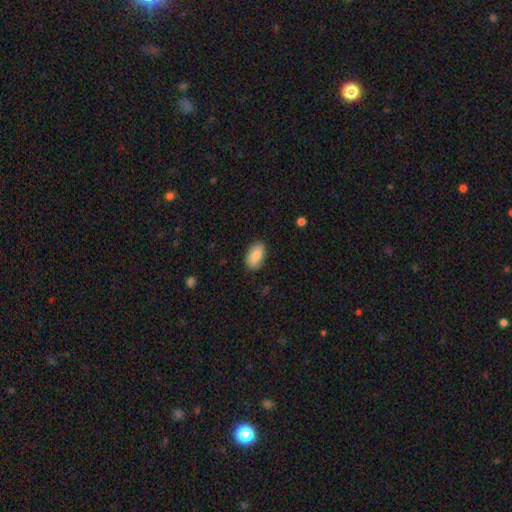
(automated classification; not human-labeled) A smooth galaxy with no disk features (84%) that is in between round and cigar-shaped (92%).

Vote fractions:
- Smooth or featured? smooth: 84% / featured or disk: 9% / star or artifact: 7%
- How rounded? in between: 92% / round: 5% / cigar-shaped: 3%
- Merging? none: 85% / minor disturbance: 11% / major disturbance: 2% / merger: 1%